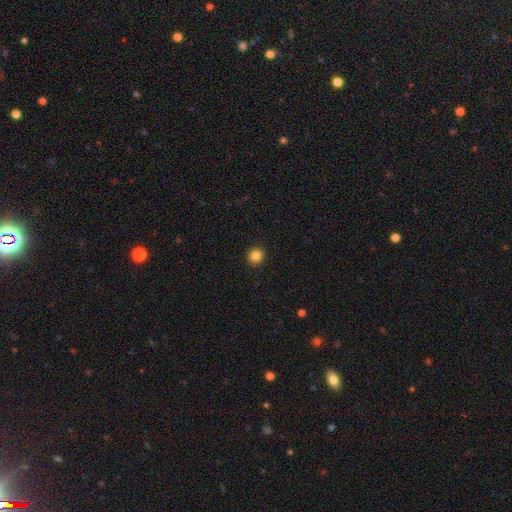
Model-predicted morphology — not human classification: The model was most divided on "smooth or featured": smooth: 85%, star or artifact: 11%, featured or disk: 4%. More confident: merging — none (92%); how rounded — round (90%).